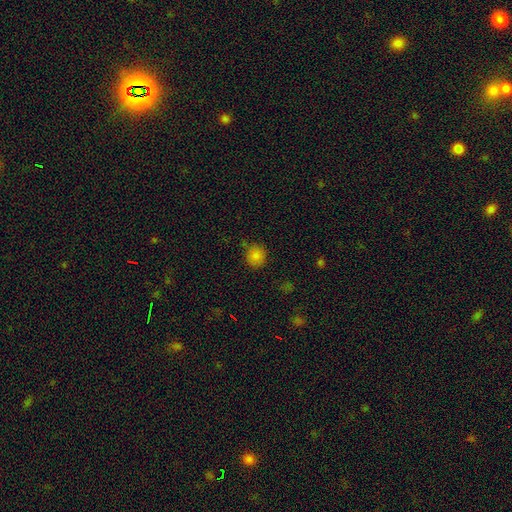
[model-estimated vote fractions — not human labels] Smooth or featured: smooth — 83% (star or artifact — 13%)
How rounded: round — 90% (in between — 9%)
Merging: none — 76% (minor disturbance — 15%)